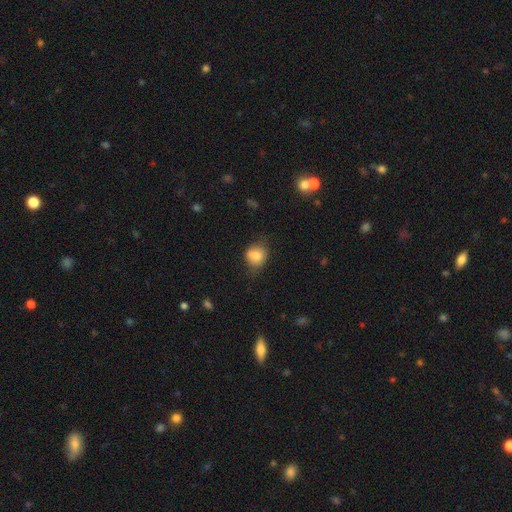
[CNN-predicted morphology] This is likely a smooth galaxy (78%). How rounded: likely round (62%). Merging: possibly none (57%).